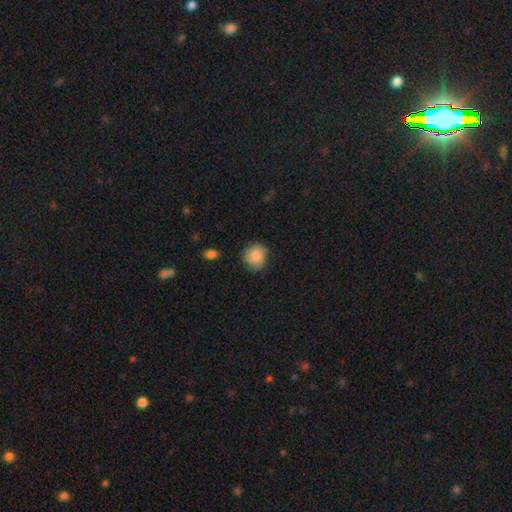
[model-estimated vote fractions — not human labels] smooth 80%, featured or disk 13%, star or artifact 7%. Down the decision tree: how rounded — round (83%); merging — none (72%).